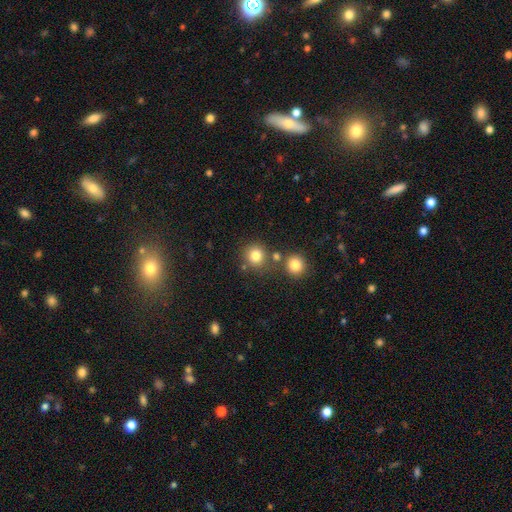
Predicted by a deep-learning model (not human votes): smooth_or_featured: smooth (p=0.81) [alt: star or artifact p=0.13]
how_rounded: round (p=0.90) [alt: in between p=0.09]
merging: none (p=0.74) [alt: merger p=0.14]